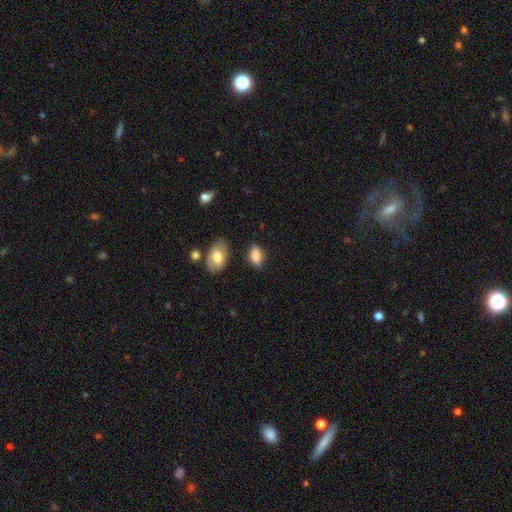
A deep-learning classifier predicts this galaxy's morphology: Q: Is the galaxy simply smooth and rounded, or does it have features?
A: smooth — 84%.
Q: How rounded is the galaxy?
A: in between — 88%.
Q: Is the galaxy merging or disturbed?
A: none — 77%.